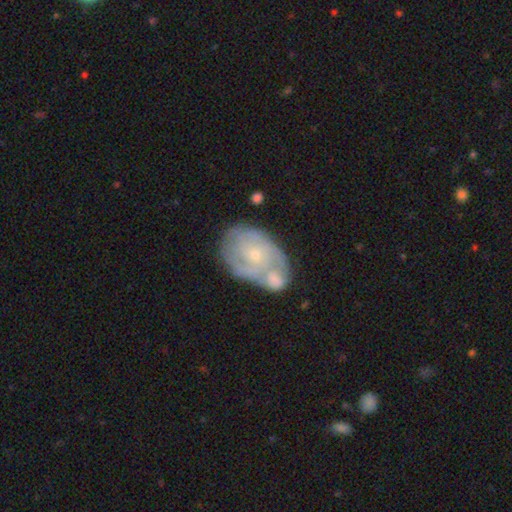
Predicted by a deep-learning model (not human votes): This is likely a featured or disk galaxy (68%). It is clearly not viewed edge-on (97%). Bar: likely no (79%). Spiral arm pattern: likely yes (72%). Central bulge: likely small (74%). Merging: marginally merger (43%).